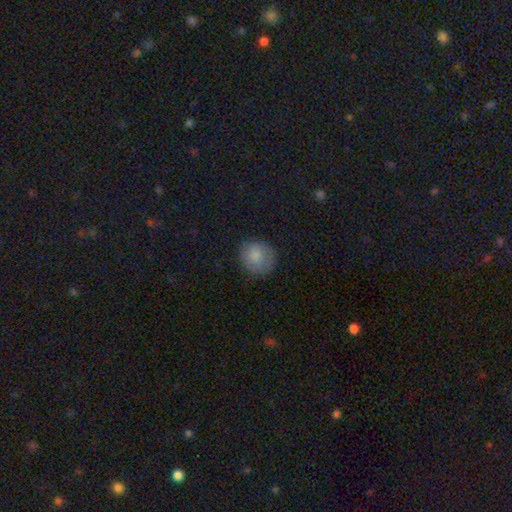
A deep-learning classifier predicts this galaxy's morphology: Smooth or featured? smooth (83%)
How rounded? round (86%)
Merging? none (80%)